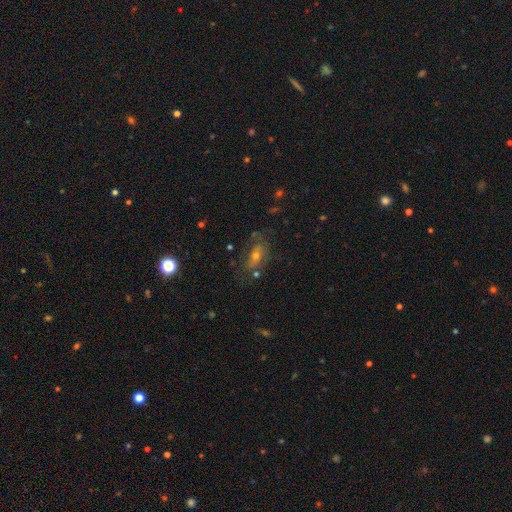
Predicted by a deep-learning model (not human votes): featured or disk 44%, smooth 40%, star or artifact 16%. Down the decision tree: merging — none (60%).